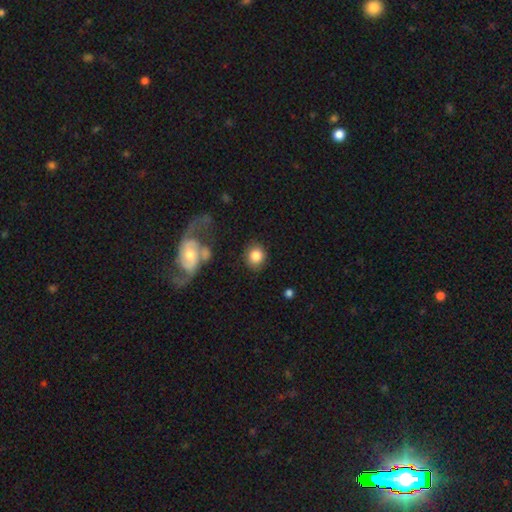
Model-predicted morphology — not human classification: Q: Smooth or featured?
A: smooth (81%); runner-up: featured or disk (12%)
Q: How rounded?
A: round (77%); runner-up: in between (22%)
Q: Merging?
A: none (74%); runner-up: minor disturbance (12%)